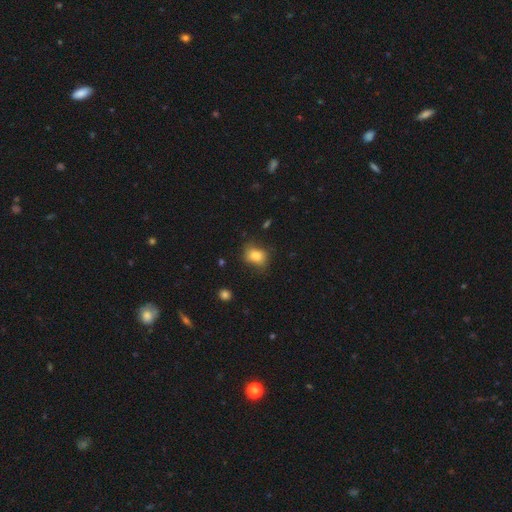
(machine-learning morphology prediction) smooth-or-featured: smooth: 80% | star or artifact: 10% | featured or disk: 10%
  how-rounded: in between: 56% | round: 42% | cigar-shaped: 1%
  merging: none: 70% | minor disturbance: 22% | major disturbance: 6% | merger: 2%